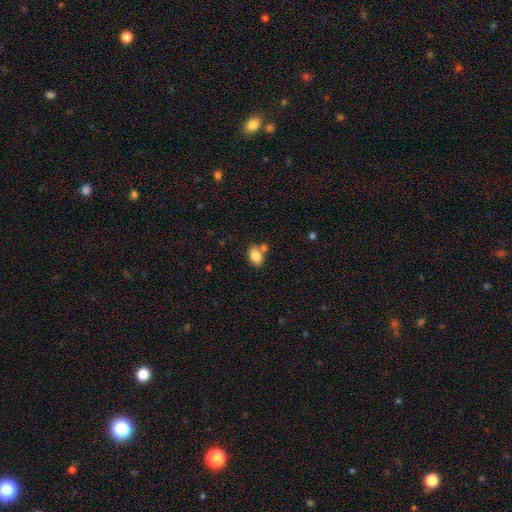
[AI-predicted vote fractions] smooth_or_featured: smooth (p=0.84) [alt: star or artifact p=0.08]
how_rounded: in between (p=0.80) [alt: round p=0.18]
merging: none (p=0.59) [alt: merger p=0.24]